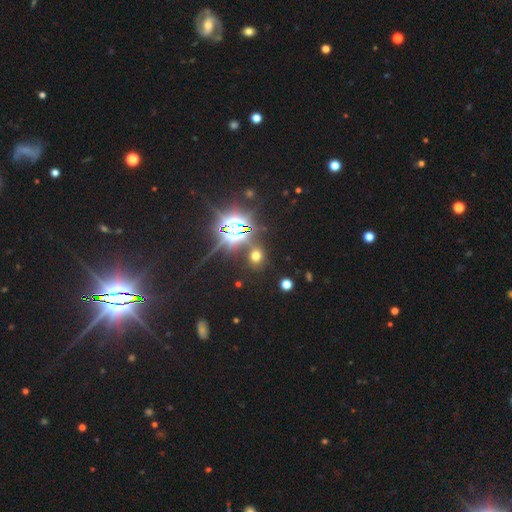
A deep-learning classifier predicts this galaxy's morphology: Q: Smooth or featured?
A: smooth (47%); runner-up: star or artifact (44%)
Q: Merging?
A: none (81%); runner-up: minor disturbance (9%)